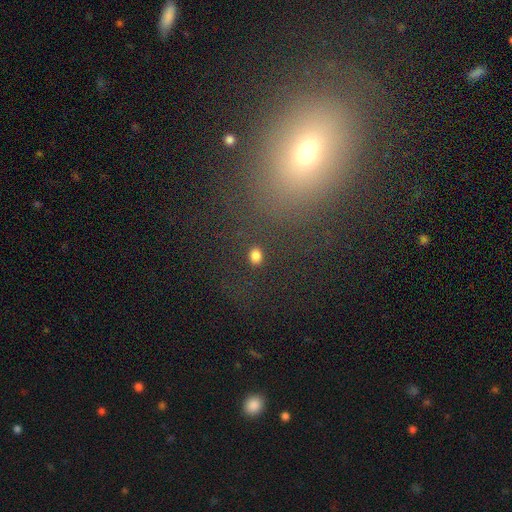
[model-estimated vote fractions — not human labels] Q: Smooth or featured?
A: smooth (81%); runner-up: star or artifact (14%)
Q: How rounded?
A: round (53%); runner-up: in between (46%)
Q: Merging?
A: none (87%); runner-up: minor disturbance (7%)